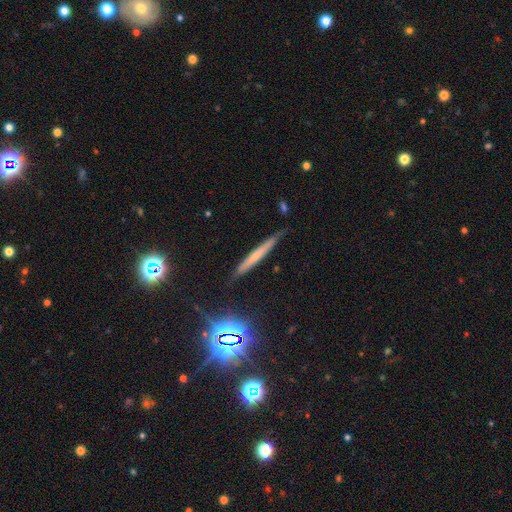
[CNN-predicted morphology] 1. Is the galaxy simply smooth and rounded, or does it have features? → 46% smooth, 39% featured or disk, 16% star or artifact.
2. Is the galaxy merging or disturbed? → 85% none, 11% minor disturbance, 2% major disturbance, 2% merger.